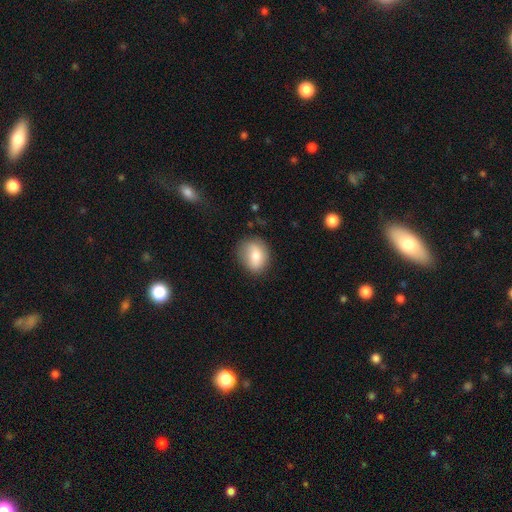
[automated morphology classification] Smooth or featured? Predicted: smooth (p=0.74). How rounded? Predicted: round (p=0.52). Merging? Predicted: none (p=0.77).